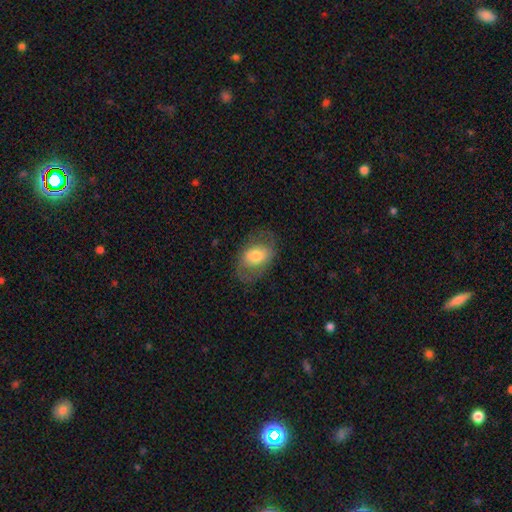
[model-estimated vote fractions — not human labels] Q: Smooth or featured?
A: smooth (56%); runner-up: featured or disk (37%)
Q: How rounded?
A: in between (80%); runner-up: round (18%)
Q: Merging?
A: none (67%); runner-up: minor disturbance (19%)